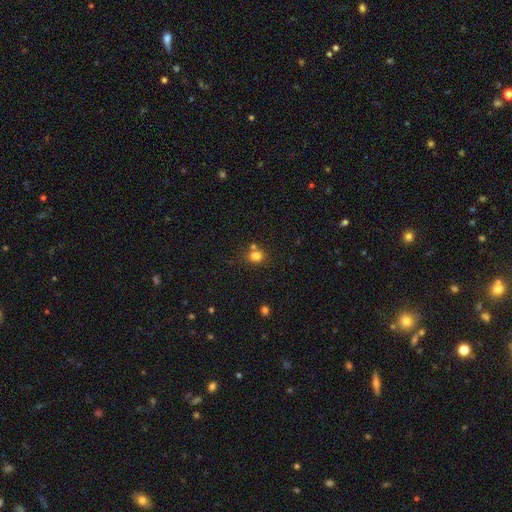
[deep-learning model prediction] smooth-or-featured: smooth: 79% | star or artifact: 14% | featured or disk: 7%
  how-rounded: round: 63% | in between: 36% | cigar-shaped: 1%
  merging: none: 61% | merger: 24% | minor disturbance: 11% | major disturbance: 4%